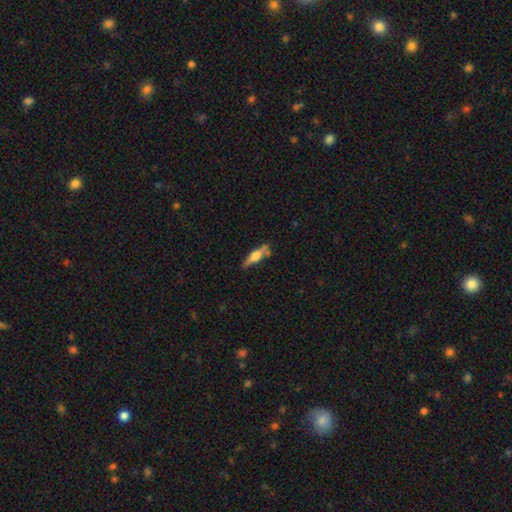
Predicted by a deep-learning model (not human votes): This is possibly a featured or disk galaxy (48%). Merging: likely none (68%).